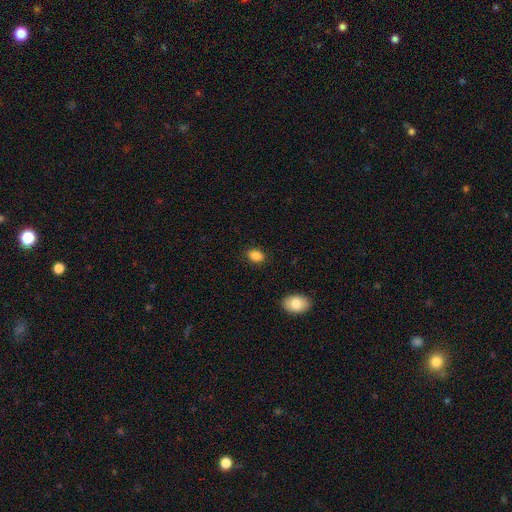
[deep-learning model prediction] This is clearly a smooth galaxy (86%). How rounded: likely in between (71%). Merging: clearly none (86%).